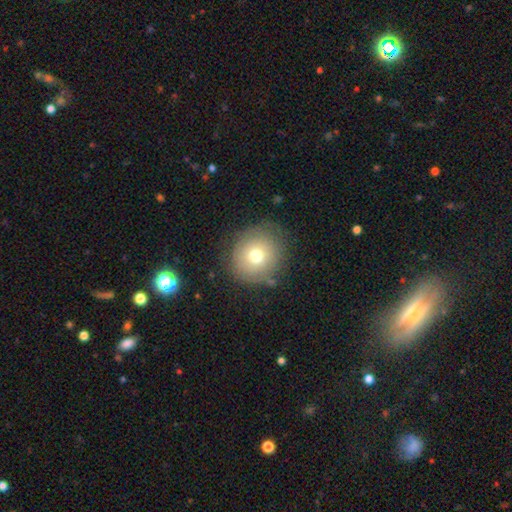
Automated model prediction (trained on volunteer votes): A smooth galaxy with no disk features (71%) that is round (89%). Merging: none (78%).